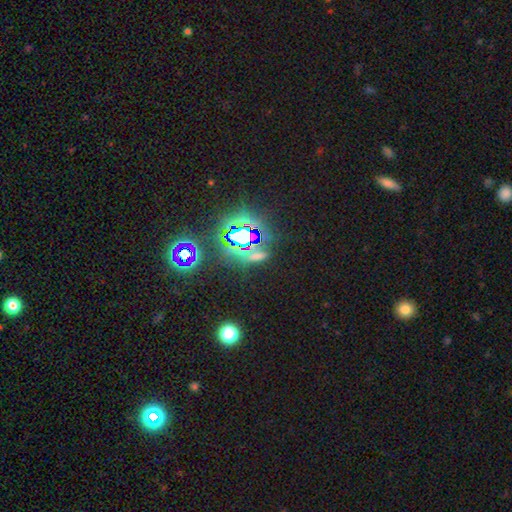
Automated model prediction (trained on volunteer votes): Morphology: type=star or artifact (66%).